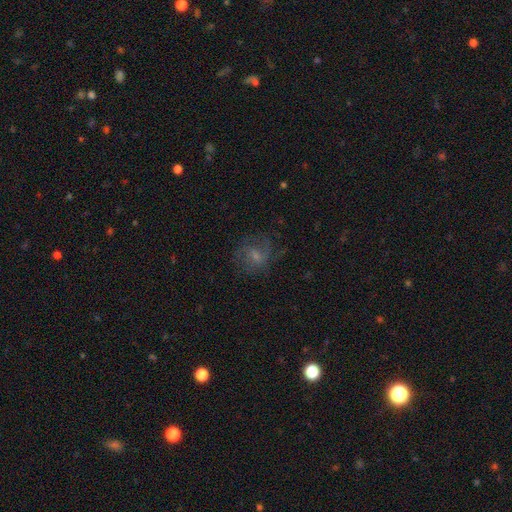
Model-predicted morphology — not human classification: A featured or disk galaxy (46%).

Vote fractions:
- Smooth or featured? featured or disk: 46% / smooth: 42% / star or artifact: 13%
- Merging? none: 63% / minor disturbance: 20% / major disturbance: 16% / merger: 1%